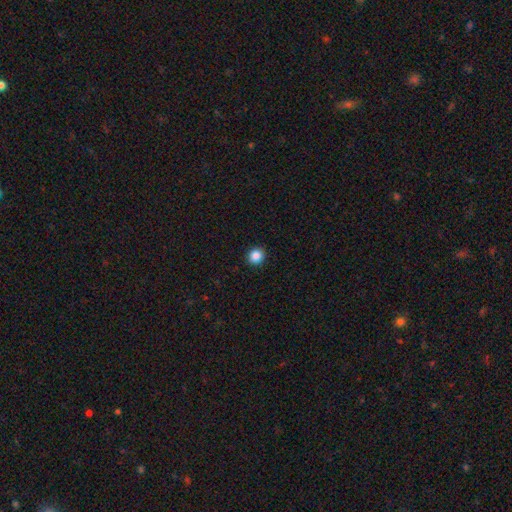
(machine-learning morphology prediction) A smooth galaxy with no disk features (86%) that is round (90%). Merging: none (92%).